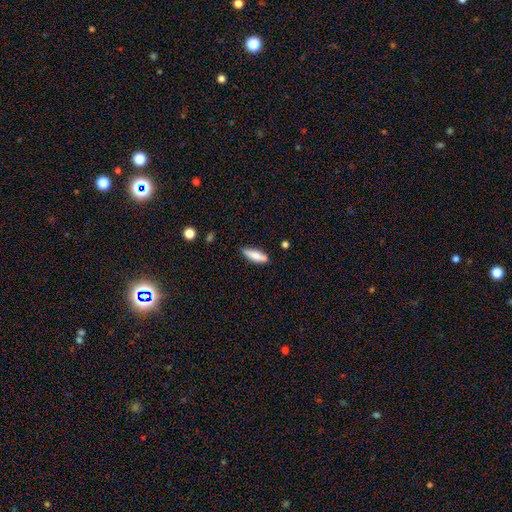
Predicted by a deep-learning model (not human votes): The model was most divided on "how rounded": cigar-shaped: 54%, in between: 44%, round: 2%. More confident: smooth or featured — smooth (77%); merging — none (75%).